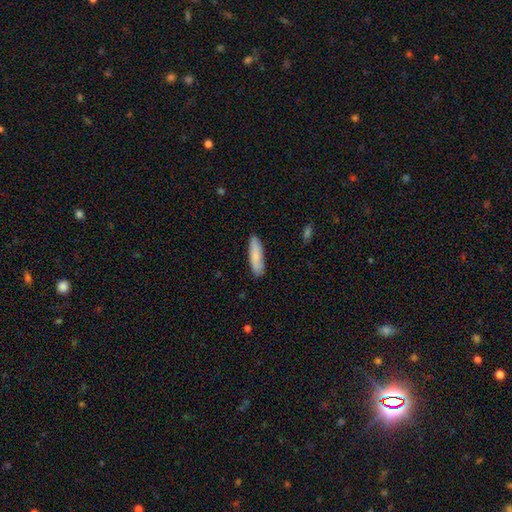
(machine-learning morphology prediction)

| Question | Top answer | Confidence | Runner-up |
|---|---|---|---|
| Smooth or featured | smooth | 83% | featured or disk (12%) |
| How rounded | cigar-shaped | 64% | in between (35%) |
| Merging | none | 87% | minor disturbance (10%) |